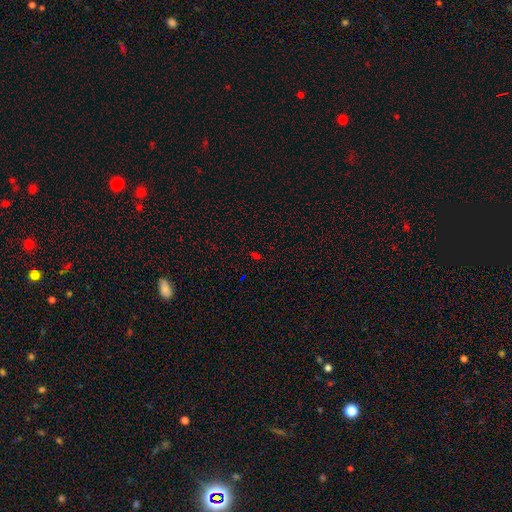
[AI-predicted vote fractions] Morphology: type=star or artifact (52%).